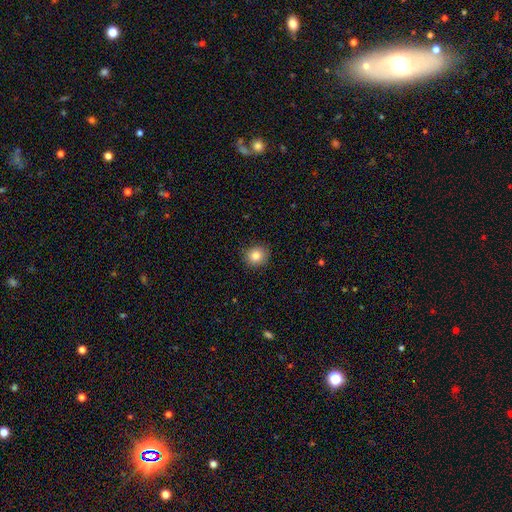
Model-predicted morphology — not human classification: Smooth or featured: smooth — 84% (star or artifact — 10%)
How rounded: round — 88% (in between — 11%)
Merging: none — 89% (minor disturbance — 8%)